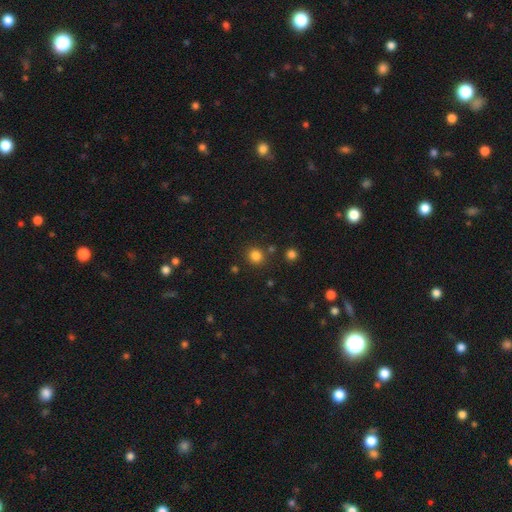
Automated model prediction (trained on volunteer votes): The model was most divided on "smooth or featured": smooth: 82%, star or artifact: 14%, featured or disk: 4%. More confident: how rounded — round (85%); merging — none (84%).